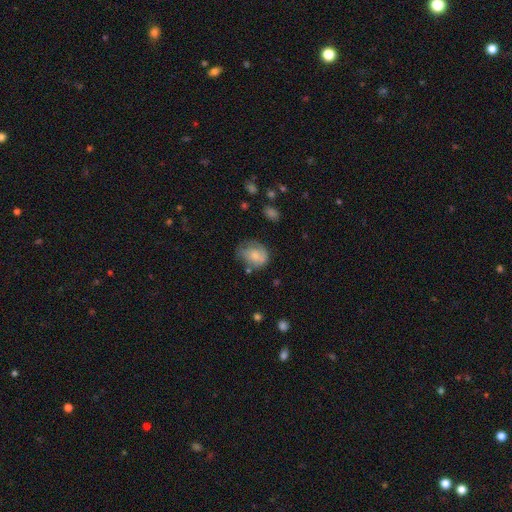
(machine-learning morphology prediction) Smooth or featured?
  - smooth: 62% *
  - featured or disk: 29%
  - star or artifact: 8%
How rounded?
  - in between: 53% *
  - round: 46%
  - cigar-shaped: 1%
Merging?
  - none: 47% *
  - minor disturbance: 32%
  - major disturbance: 16%
  - merger: 4%